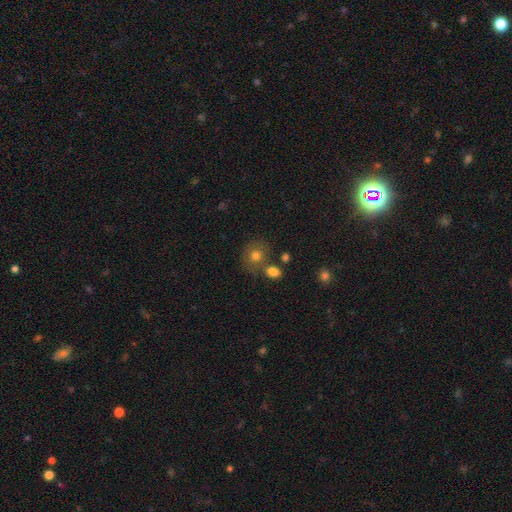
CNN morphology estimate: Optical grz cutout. It shows a smooth galaxy with no disk features (77%) that is round (75%). Merging: none (62%).